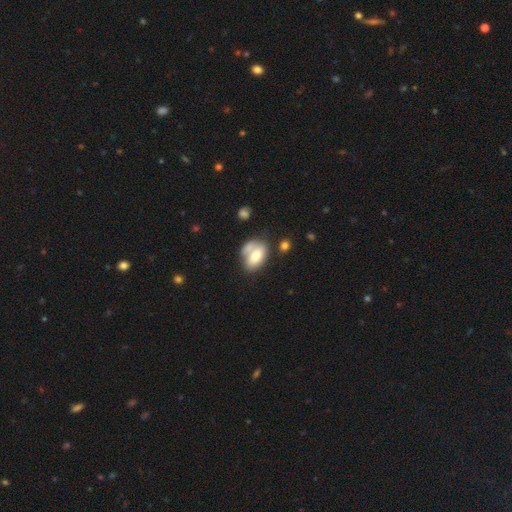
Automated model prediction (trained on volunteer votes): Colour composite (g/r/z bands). It shows a smooth galaxy with no disk features (73%) that is in between round and cigar-shaped (87%). Merging: merger (35%, tied with none).